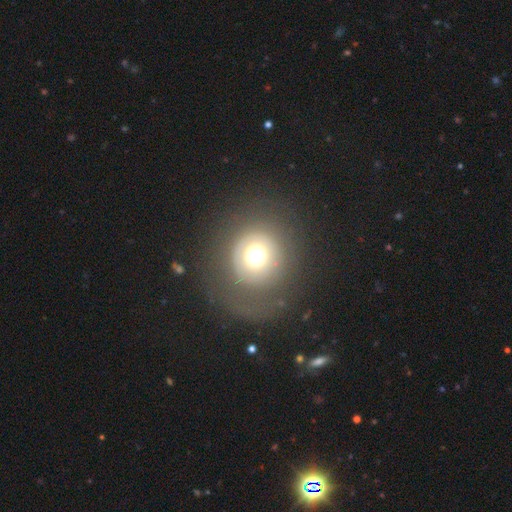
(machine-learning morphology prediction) Q: Smooth or featured?
A: smooth (58%); runner-up: featured or disk (29%)
Q: How rounded?
A: round (89%); runner-up: in between (10%)
Q: Merging?
A: none (65%); runner-up: major disturbance (18%)